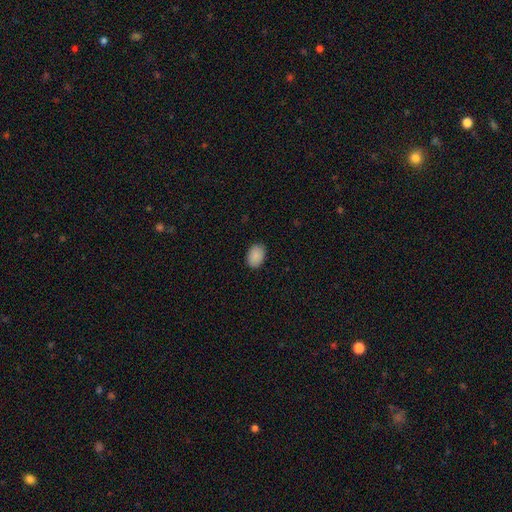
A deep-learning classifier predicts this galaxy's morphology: Smooth or featured? Predicted: smooth (p=0.90). How rounded? Predicted: in between (p=0.79). Merging? Predicted: none (p=0.88).